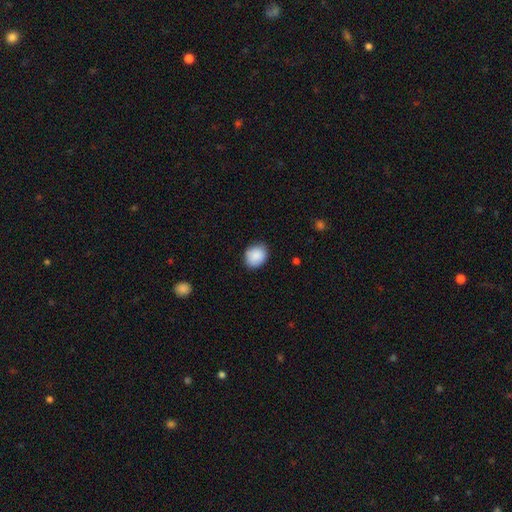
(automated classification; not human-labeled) Morphology: type=smooth (89%); roundness=round (58%); merging=none (84%).